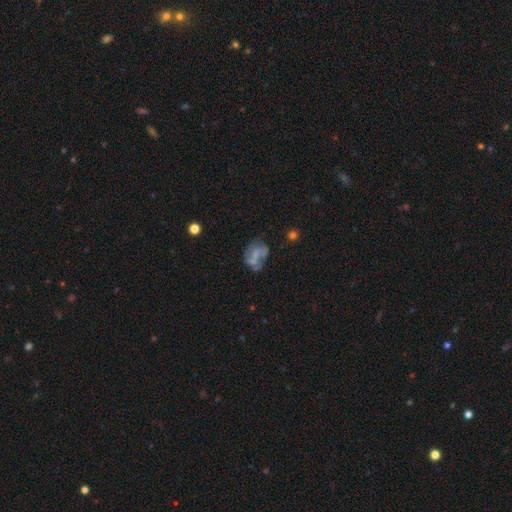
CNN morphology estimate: Smooth or featured: featured or disk — 47% (smooth — 40%)
Merging: none — 40% (minor disturbance — 23%)